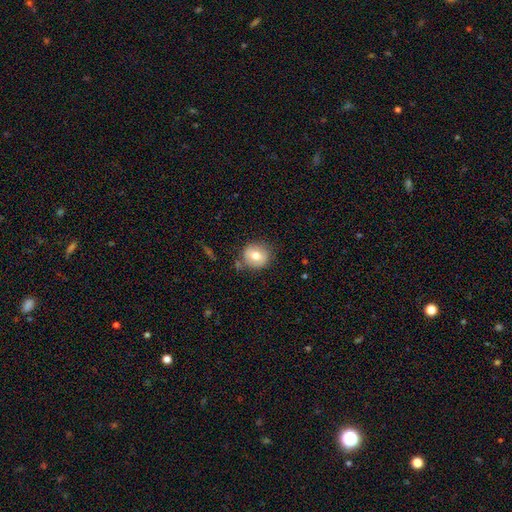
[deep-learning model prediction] The model was most divided on "smooth or featured": smooth: 69%, featured or disk: 22%, star or artifact: 8%. More confident: how rounded — round (83%); merging — none (76%).